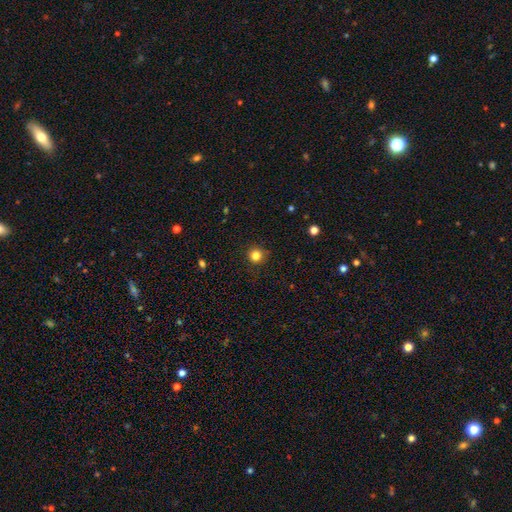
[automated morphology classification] Smooth or featured?
  - smooth: 82% *
  - star or artifact: 13%
  - featured or disk: 5%
How rounded?
  - round: 94% *
  - in between: 5%
  - cigar-shaped: 1%
Merging?
  - none: 90% *
  - minor disturbance: 7%
  - major disturbance: 2%
  - merger: 1%